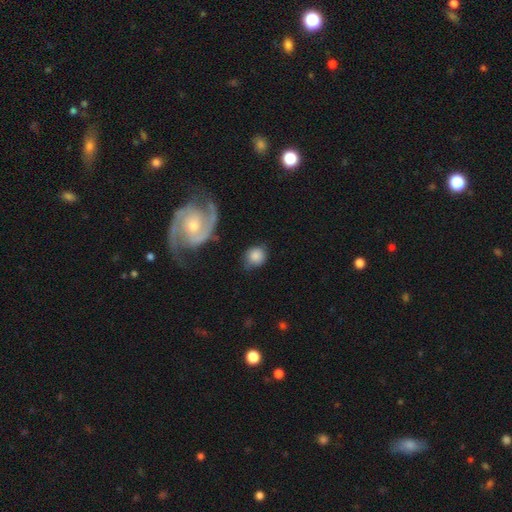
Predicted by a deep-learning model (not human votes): A smooth galaxy with no disk features (76%) that is round (74%).

Vote fractions:
- Smooth or featured? smooth: 76% / featured or disk: 16% / star or artifact: 8%
- How rounded? round: 74% / in between: 25% / cigar-shaped: 1%
- Merging? none: 60% / minor disturbance: 25% / major disturbance: 10% / merger: 5%